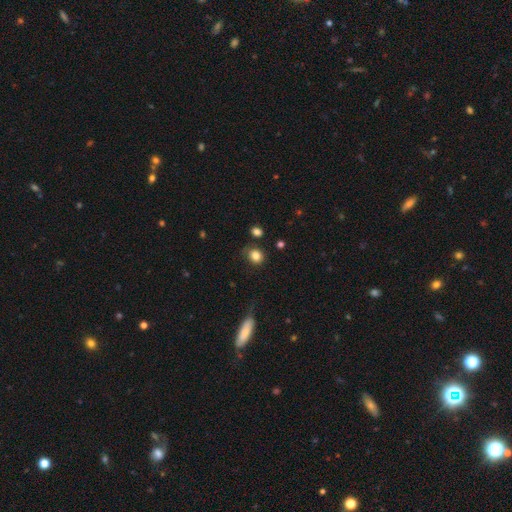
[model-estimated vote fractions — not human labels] Morphology: type=smooth (83%); roundness=round (74%); merging=none (74%).